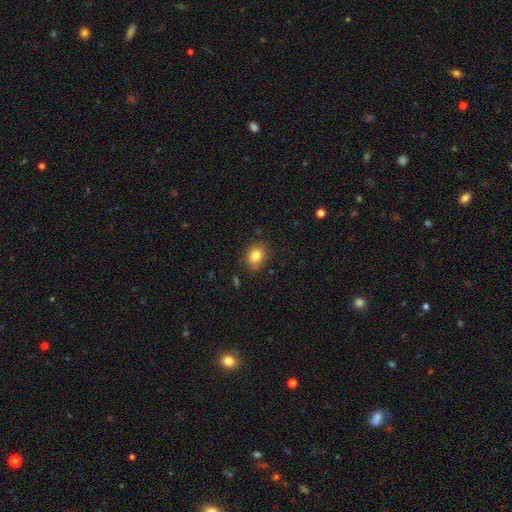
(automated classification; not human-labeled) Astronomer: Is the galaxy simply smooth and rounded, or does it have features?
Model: smooth — 83%.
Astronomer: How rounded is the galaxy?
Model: round — 52% (runner-up: in between, 47%).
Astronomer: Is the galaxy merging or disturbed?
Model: none — 82%.